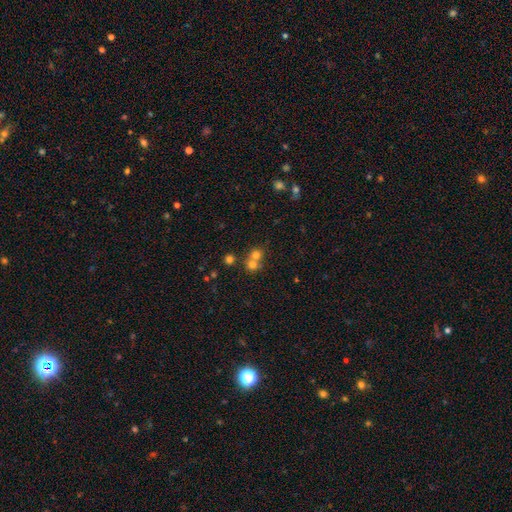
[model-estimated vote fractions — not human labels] This appears to be a smooth galaxy with no disk features (70%) that is round (84%). Merging: merger (54%).